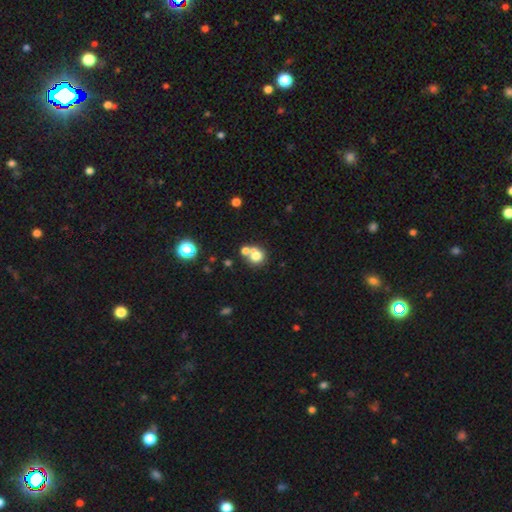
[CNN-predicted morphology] A smooth galaxy with no disk features (72%) that is round (80%).

Vote fractions:
- Smooth or featured? smooth: 72% / featured or disk: 15% / star or artifact: 13%
- How rounded? round: 80% / in between: 19% / cigar-shaped: 1%
- Merging? merger: 45% / none: 42% / minor disturbance: 9% / major disturbance: 5%